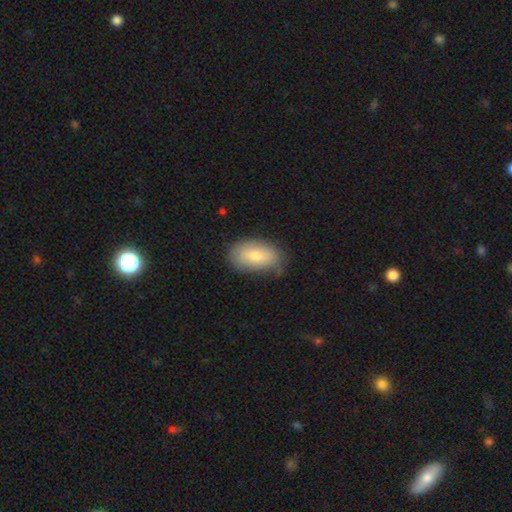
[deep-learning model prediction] Smooth or featured: smooth — 75% (featured or disk — 18%)
How rounded: in between — 93% (round — 5%)
Merging: none — 74% (minor disturbance — 20%)